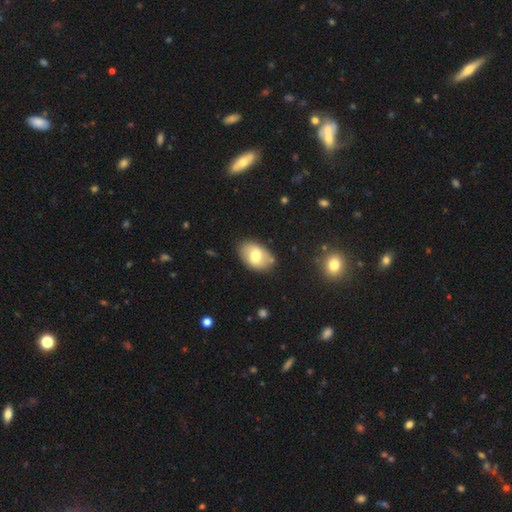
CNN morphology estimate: Overall: smooth (67%). How rounded: in between (89%). Merging: none (81%).